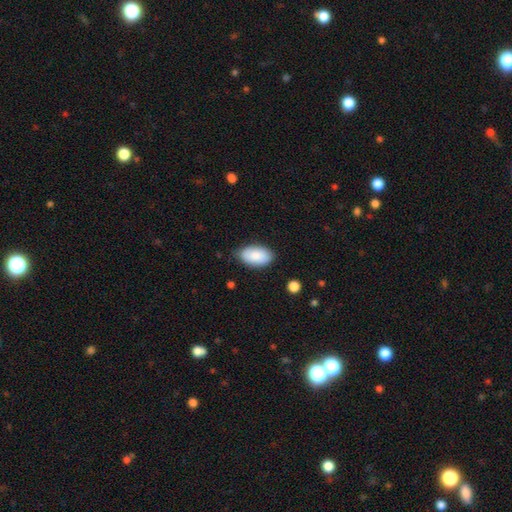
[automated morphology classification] A smooth galaxy with no disk features (86%) that is in between round and cigar-shaped (95%). Merging: none (80%).